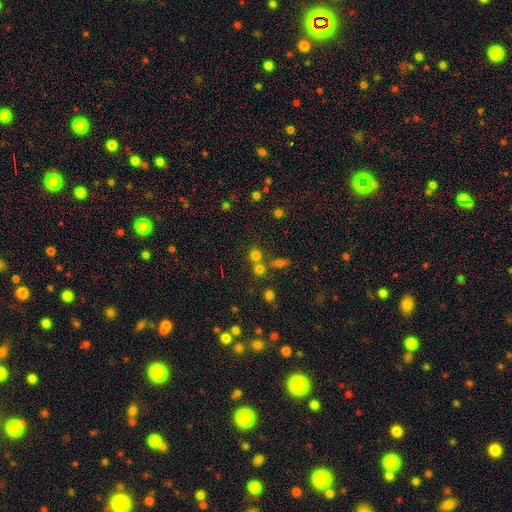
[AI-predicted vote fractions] Smooth or featured?
  - smooth: 67% *
  - star or artifact: 24%
  - featured or disk: 9%
How rounded?
  - round: 84% *
  - in between: 15%
  - cigar-shaped: 1%
Merging?
  - none: 57% *
  - merger: 32%
  - minor disturbance: 7%
  - major disturbance: 4%